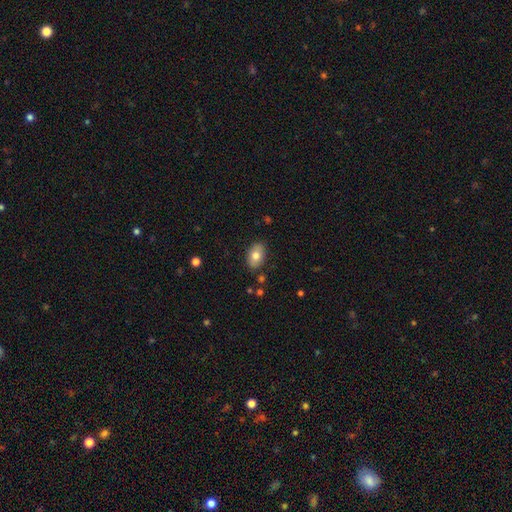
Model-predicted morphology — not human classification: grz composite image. It shows a smooth galaxy with no disk features (76%) that is in between round and cigar-shaped (88%). Merging: none (86%).